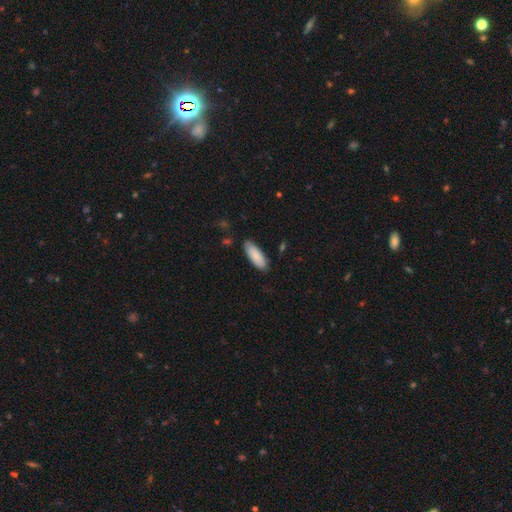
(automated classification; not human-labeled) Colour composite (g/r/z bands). It shows a smooth galaxy with no disk features (84%) that is in between round and cigar-shaped (75%). Merging: none (80%).